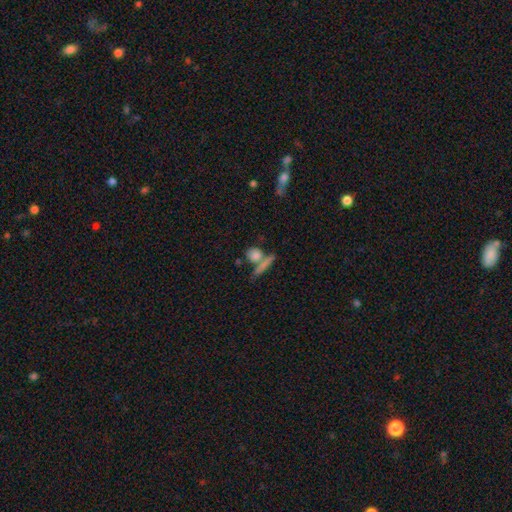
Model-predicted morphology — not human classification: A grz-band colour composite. It shows a smooth galaxy with no disk features (75%) that is round (51%). Merging: none (55%).